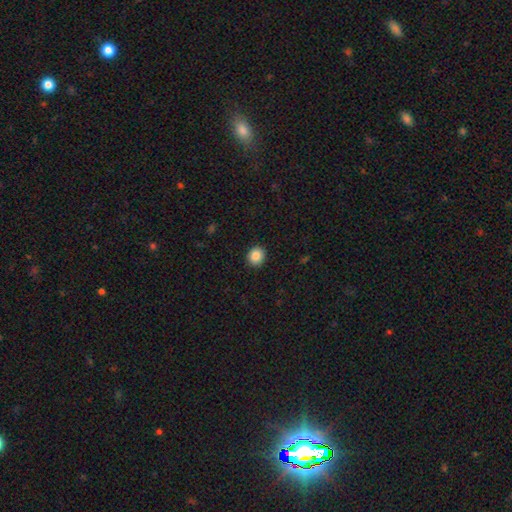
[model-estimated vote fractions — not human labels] Q: Smooth or featured?
A: smooth (87%); runner-up: star or artifact (9%)
Q: How rounded?
A: round (78%); runner-up: in between (21%)
Q: Merging?
A: none (91%); runner-up: minor disturbance (6%)